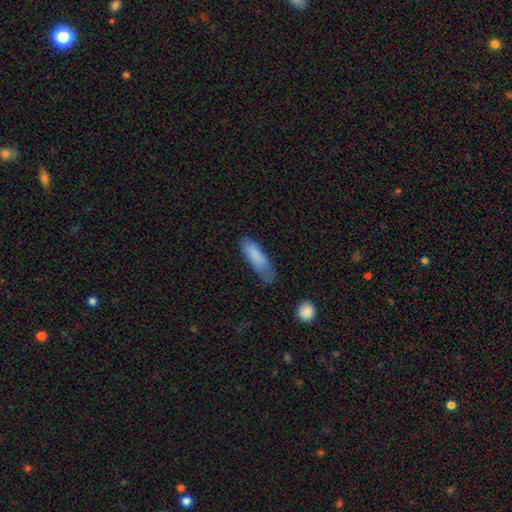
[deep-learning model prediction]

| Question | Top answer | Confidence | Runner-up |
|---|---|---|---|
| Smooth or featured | smooth | 82% | featured or disk (12%) |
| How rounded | cigar-shaped | 50% | in between (49%) |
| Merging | none | 46% | minor disturbance (37%) |